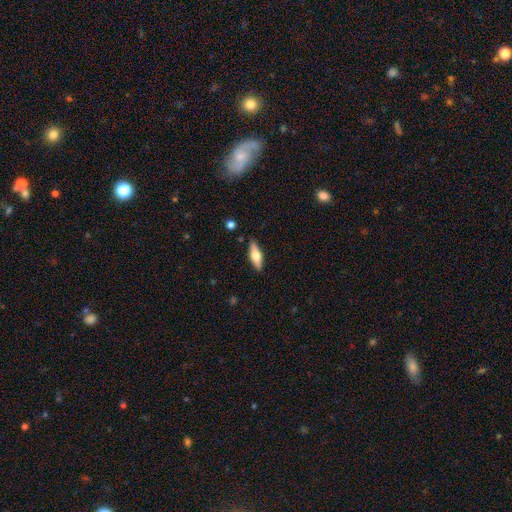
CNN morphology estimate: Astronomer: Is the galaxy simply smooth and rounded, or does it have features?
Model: smooth — 49% (runner-up: featured or disk, 45%).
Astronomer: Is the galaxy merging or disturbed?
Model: none — 88%.